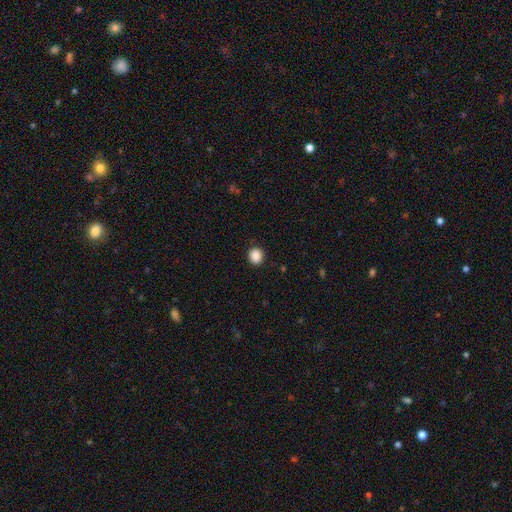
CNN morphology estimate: smooth 88%, star or artifact 9%, featured or disk 3%. Down the decision tree: how rounded — round (83%); merging — none (91%).